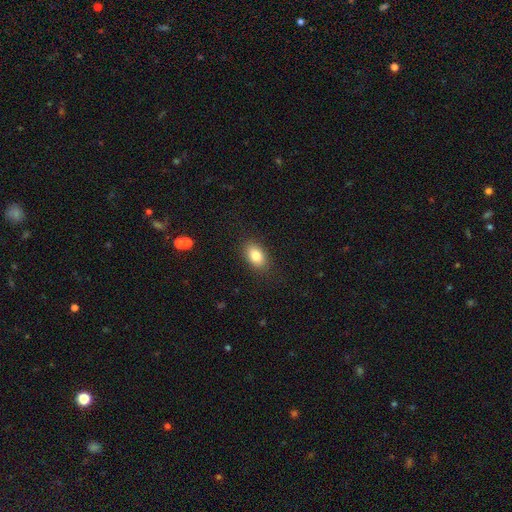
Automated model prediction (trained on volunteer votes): Smooth or featured? smooth (81%)
How rounded? in between (84%)
Merging? none (86%)